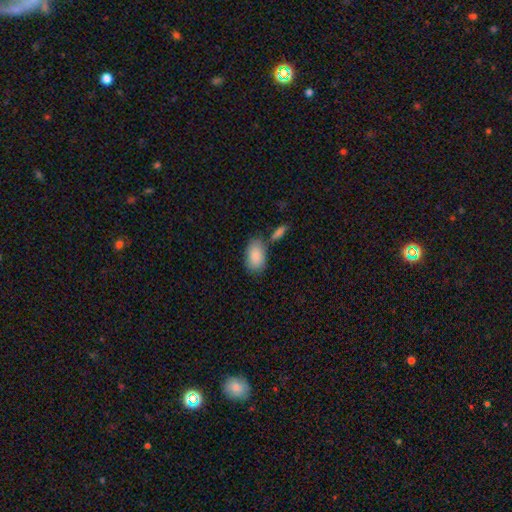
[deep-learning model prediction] Q: Smooth or featured?
A: smooth (88%); runner-up: featured or disk (7%)
Q: How rounded?
A: in between (92%); runner-up: round (6%)
Q: Merging?
A: none (63%); runner-up: merger (16%)